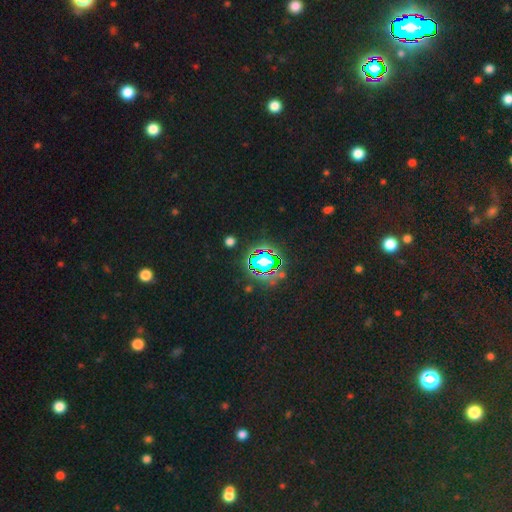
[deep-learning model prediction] The model was most divided on "smooth or featured": star or artifact: 68%, smooth: 21%, featured or disk: 11%.